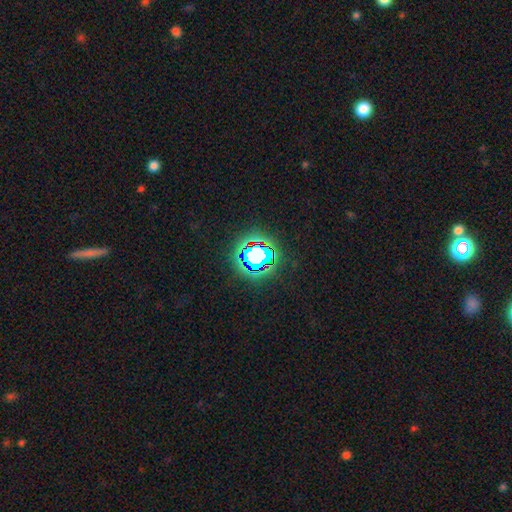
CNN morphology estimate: Smooth or featured: star or artifact — 64% (smooth — 23%)